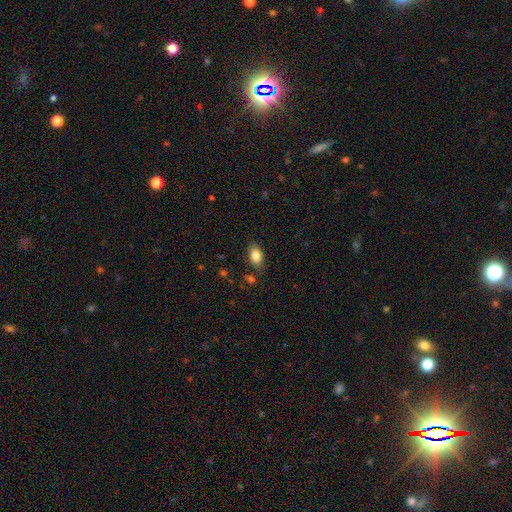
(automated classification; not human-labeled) smooth-or-featured: smooth: 84% | star or artifact: 9% | featured or disk: 7%
  how-rounded: in between: 86% | round: 12% | cigar-shaped: 2%
  merging: none: 81% | minor disturbance: 13% | major disturbance: 3% | merger: 3%